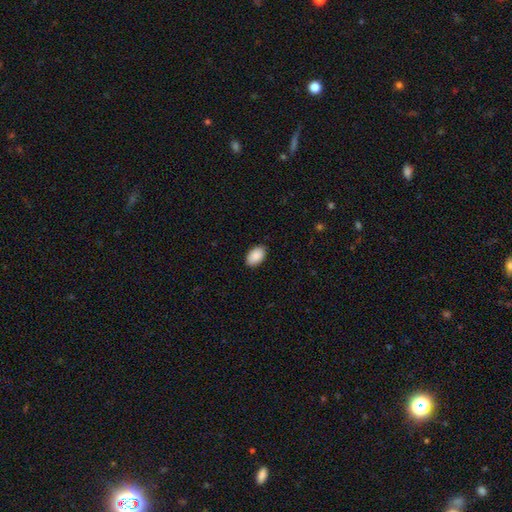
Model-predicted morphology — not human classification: The model was most divided on "merging": none: 87%, minor disturbance: 10%, major disturbance: 2%, merger: 1%. More confident: how rounded — in between (93%); smooth or featured — smooth (91%).